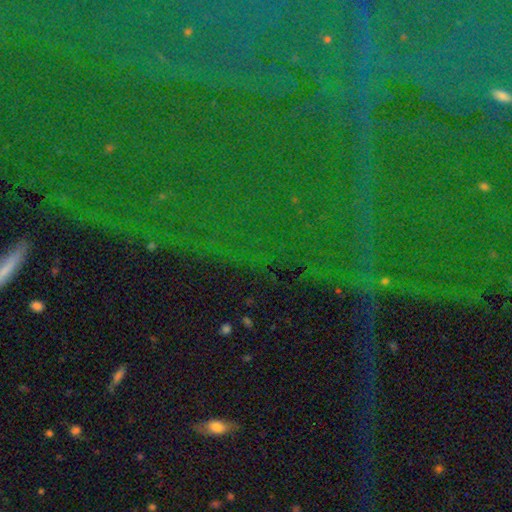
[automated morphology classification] star or artifact 83%, featured or disk 9%, smooth 8%.